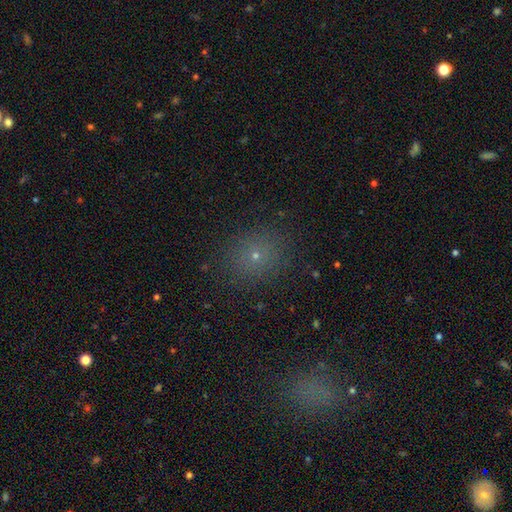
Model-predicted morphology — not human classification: smooth-or-featured: smooth: 66% | star or artifact: 26% | featured or disk: 9%
  how-rounded: round: 80% | in between: 19% | cigar-shaped: 1%
  merging: none: 87% | minor disturbance: 8% | major disturbance: 3% | merger: 1%